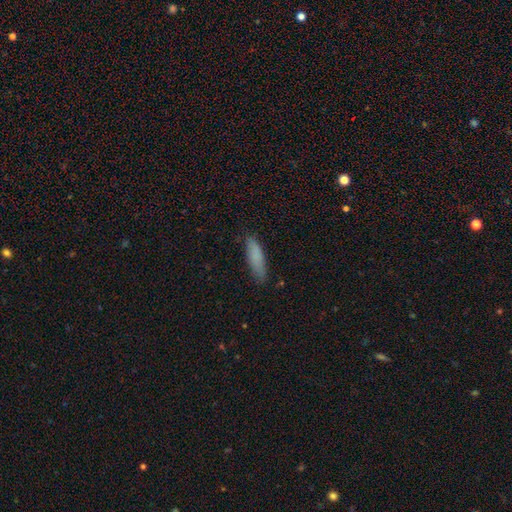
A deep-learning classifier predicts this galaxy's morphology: The model was most divided on "how rounded": cigar-shaped: 64%, in between: 34%, round: 2%. More confident: smooth or featured — smooth (83%); merging — none (78%).